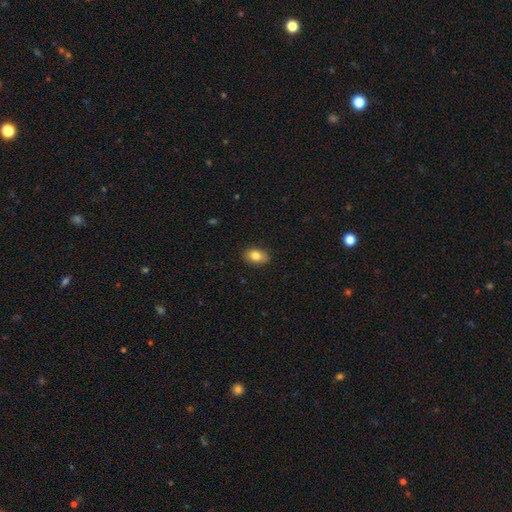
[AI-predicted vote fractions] Morphology: type=smooth (82%); roundness=in between (85%); merging=none (85%).